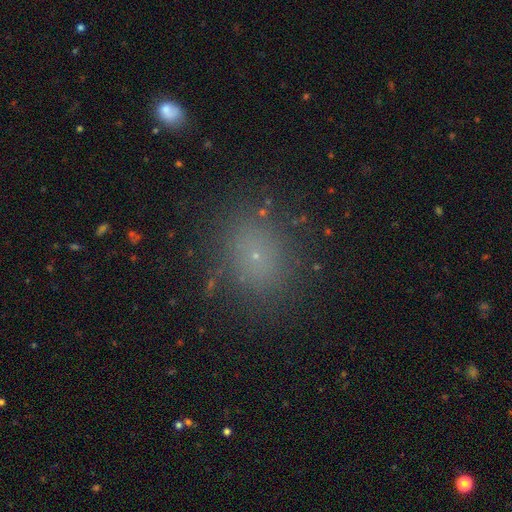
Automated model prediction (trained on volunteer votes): A smooth galaxy with no disk features (66%) that is round (60%). Merging: none (83%).